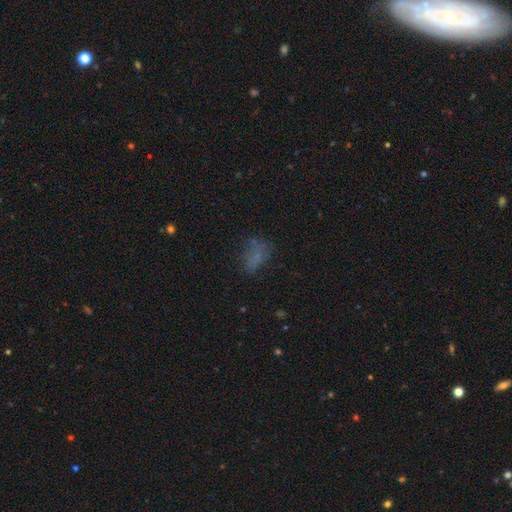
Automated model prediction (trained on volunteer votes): Morphology: type=smooth (58%); roundness=in between (82%); merging=none (49%).